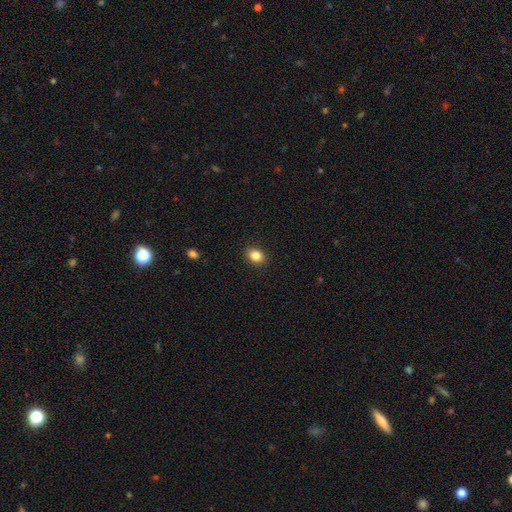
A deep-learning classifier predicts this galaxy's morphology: Overall: smooth (84%). How rounded: round (59%; in between 40%). Merging: none (90%).